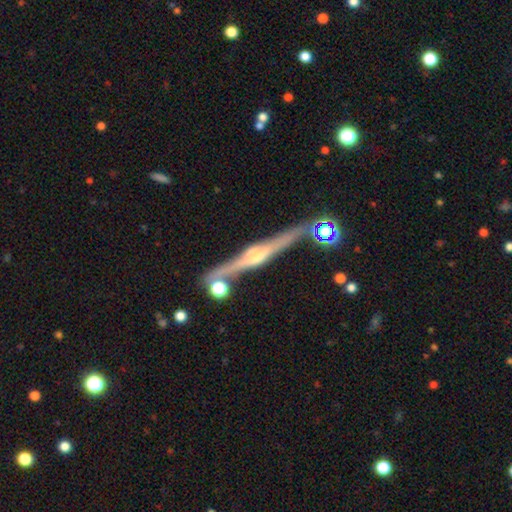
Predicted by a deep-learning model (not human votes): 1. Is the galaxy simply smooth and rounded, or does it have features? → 83% featured or disk, 10% smooth, 7% star or artifact.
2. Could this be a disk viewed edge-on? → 97% yes, 3% no.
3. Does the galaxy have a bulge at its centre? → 83% rounded, 12% boxy, 5% none.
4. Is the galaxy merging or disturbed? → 82% none, 10% minor disturbance, 5% merger, 3% major disturbance.